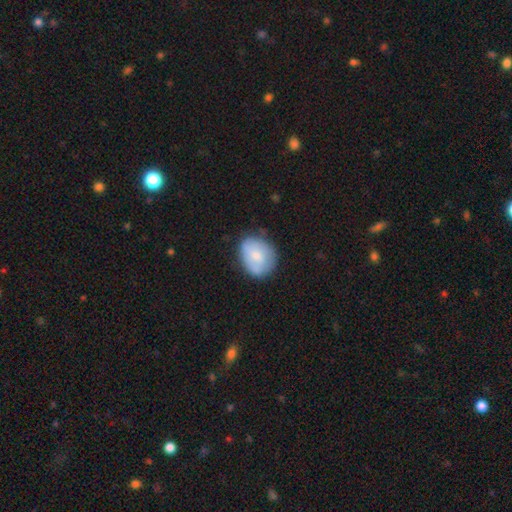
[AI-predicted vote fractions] Morphology: type=smooth (68%); roundness=in between (52%); merging=none (65%).